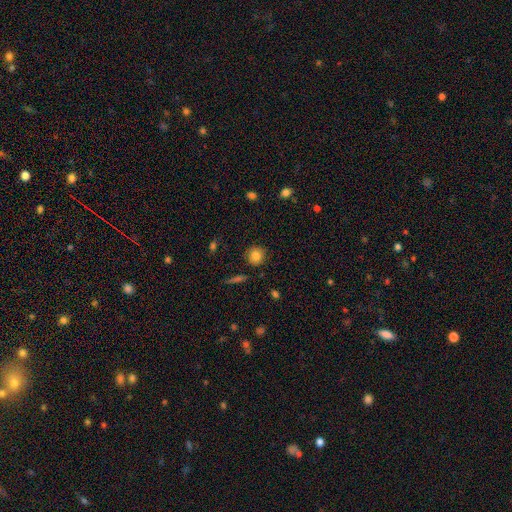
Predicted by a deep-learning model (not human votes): smooth 82%, star or artifact 9%, featured or disk 9%. Down the decision tree: how rounded — round (90%); merging — none (87%).